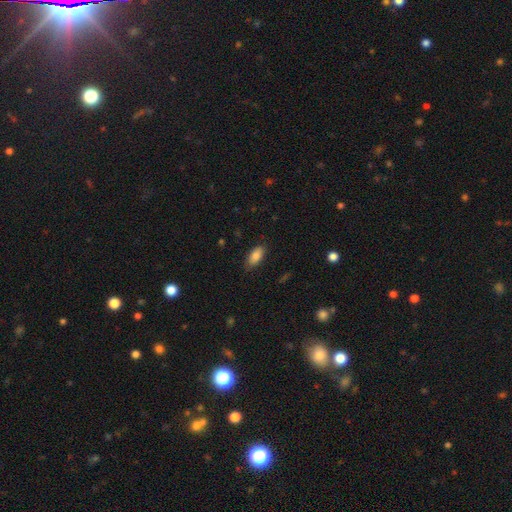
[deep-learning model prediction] Overall: smooth (85%). How rounded: in between (88%). Merging: none (81%).